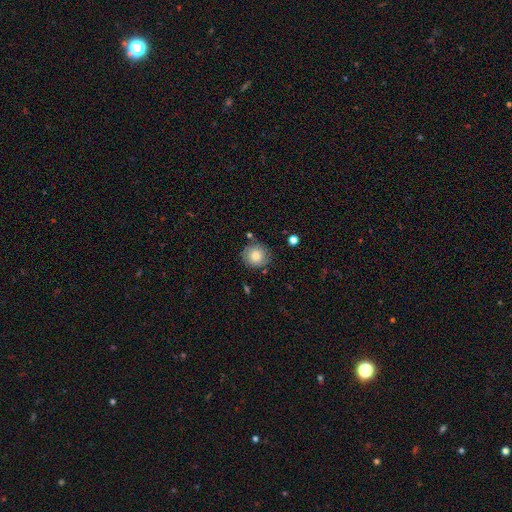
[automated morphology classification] Smooth or featured? smooth (74%)
How rounded? round (92%)
Merging? none (80%)